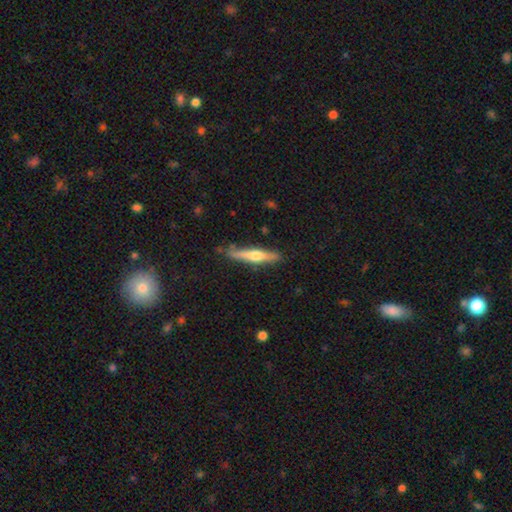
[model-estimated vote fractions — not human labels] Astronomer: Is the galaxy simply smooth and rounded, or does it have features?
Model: featured or disk — 57% (runner-up: smooth, 38%).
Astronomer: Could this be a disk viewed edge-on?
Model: yes — 95%.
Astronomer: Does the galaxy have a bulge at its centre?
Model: rounded — 90%.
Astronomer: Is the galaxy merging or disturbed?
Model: none — 82%.